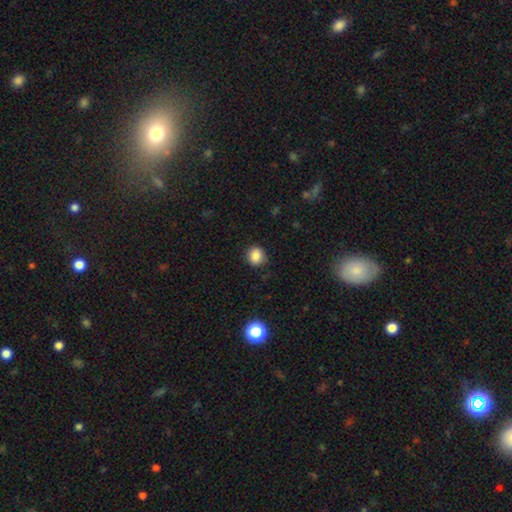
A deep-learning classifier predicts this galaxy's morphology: Overall: smooth (86%). How rounded: round (81%). Merging: none (85%).